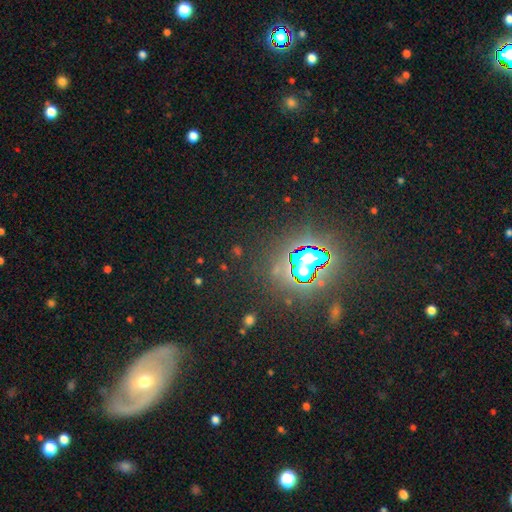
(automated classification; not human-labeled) smooth-or-featured: star or artifact: 59% | featured or disk: 26% | smooth: 15%